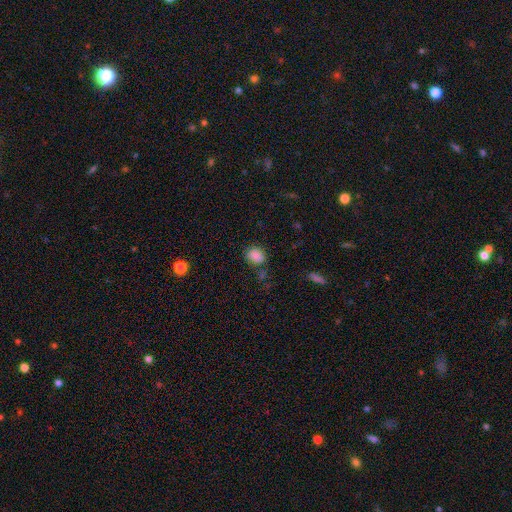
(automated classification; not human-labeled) smooth-or-featured: smooth: 86% | star or artifact: 10% | featured or disk: 4%
  how-rounded: round: 54% | in between: 45% | cigar-shaped: 1%
  merging: none: 78% | minor disturbance: 14% | merger: 4% | major disturbance: 4%